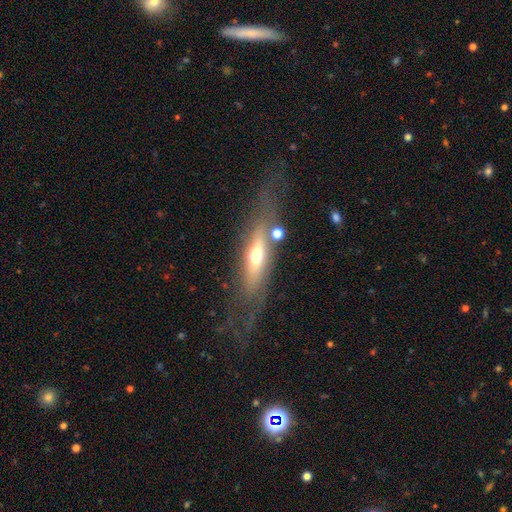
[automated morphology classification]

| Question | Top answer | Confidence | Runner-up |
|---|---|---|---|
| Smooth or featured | featured or disk | 52% | smooth (40%) |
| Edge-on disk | yes | 67% | no (33%) |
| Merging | none | 57% | minor disturbance (18%) |